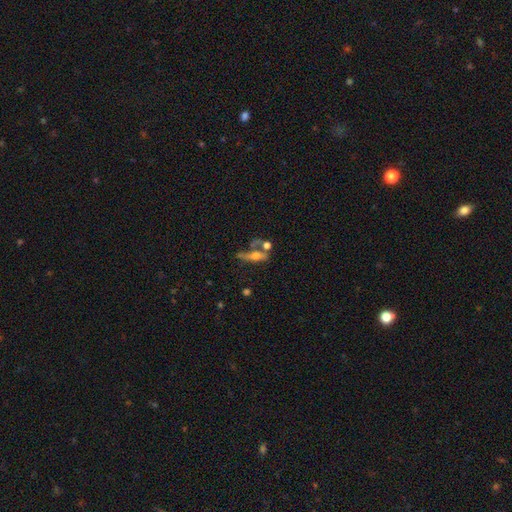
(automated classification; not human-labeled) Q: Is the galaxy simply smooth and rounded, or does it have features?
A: featured or disk — 53%.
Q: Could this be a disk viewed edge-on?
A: yes — 70%.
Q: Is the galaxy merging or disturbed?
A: none — 38%.